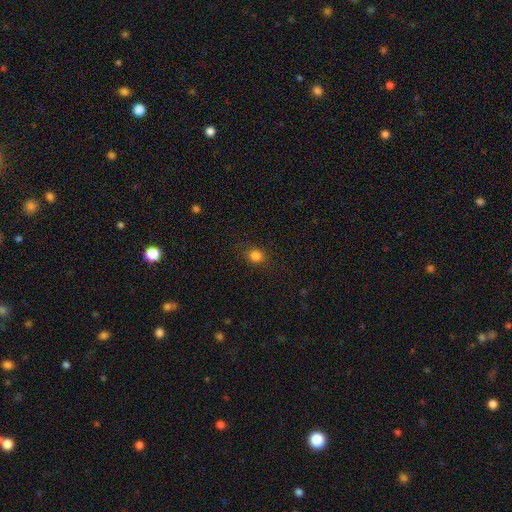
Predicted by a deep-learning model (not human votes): This appears to be a smooth galaxy with no disk features (82%) that is round (80%). Merging: none (86%).